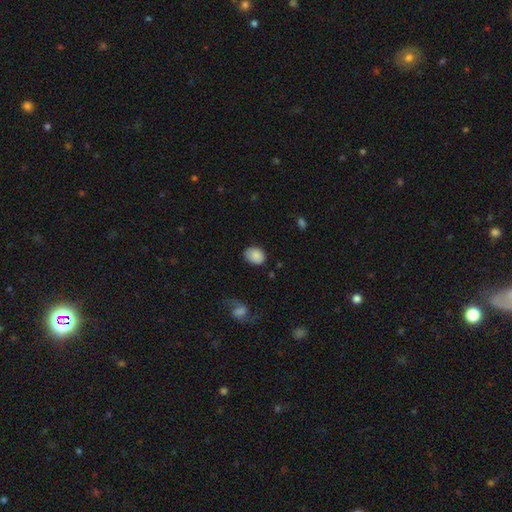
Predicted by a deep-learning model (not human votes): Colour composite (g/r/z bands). It shows a smooth galaxy with no disk features (85%) that is in between round and cigar-shaped (56%). Merging: none (76%).